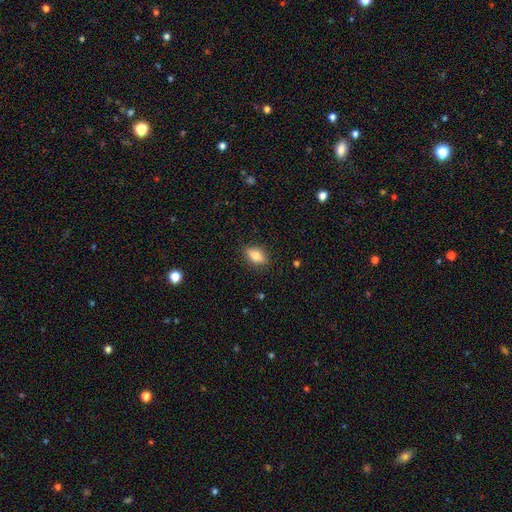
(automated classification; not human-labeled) Smooth or featured: smooth — 77% (featured or disk — 15%)
How rounded: in between — 83% (cigar-shaped — 9%)
Merging: none — 86% (minor disturbance — 11%)